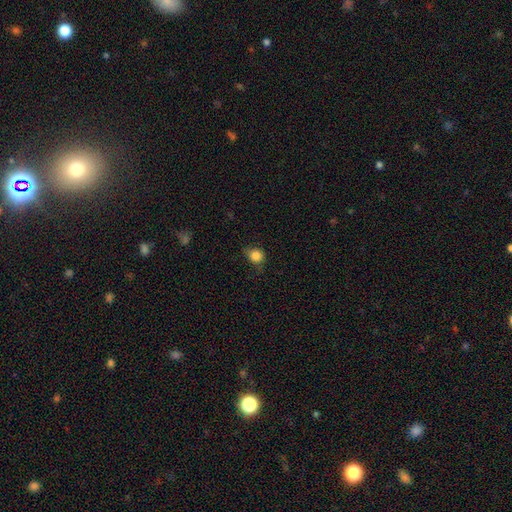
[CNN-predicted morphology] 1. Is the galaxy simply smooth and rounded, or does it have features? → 85% smooth, 10% star or artifact, 5% featured or disk.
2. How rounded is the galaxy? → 74% round, 25% in between, 1% cigar-shaped.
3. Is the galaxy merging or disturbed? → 62% none, 27% minor disturbance, 9% major disturbance, 1% merger.